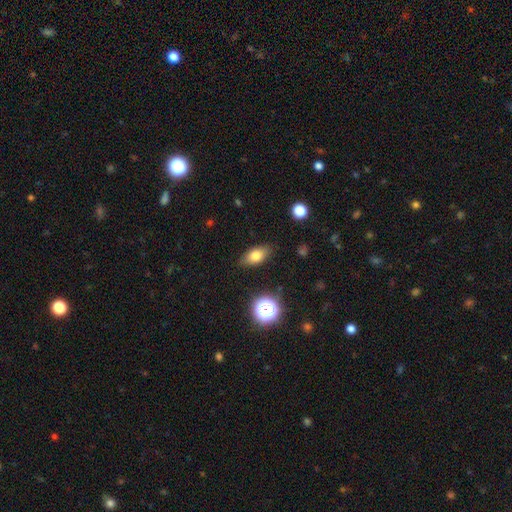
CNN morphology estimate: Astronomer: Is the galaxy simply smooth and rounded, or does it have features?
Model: smooth — 77%.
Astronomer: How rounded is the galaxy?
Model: in between — 85%.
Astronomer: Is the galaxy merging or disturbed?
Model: none — 85%.